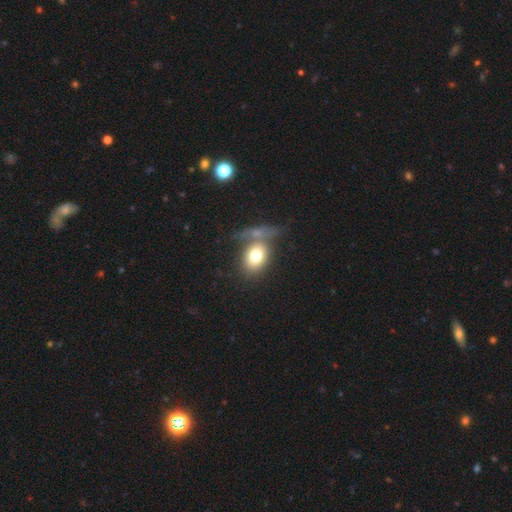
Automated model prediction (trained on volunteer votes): smooth 73%, featured or disk 18%, star or artifact 9%. Down the decision tree: how rounded — in between (68%); merging — none (40%).